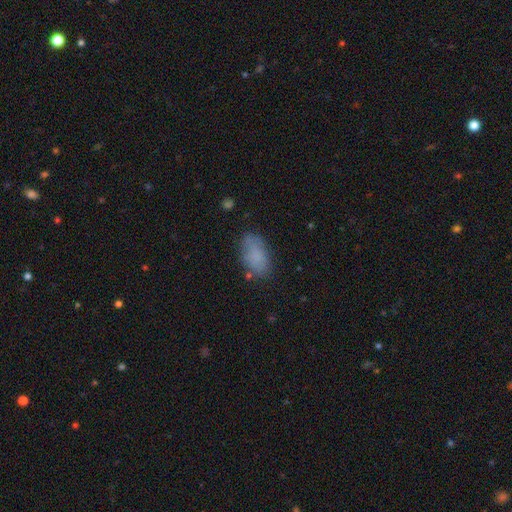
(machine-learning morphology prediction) Smooth or featured? smooth (79%)
How rounded? in between (92%)
Merging? none (68%)